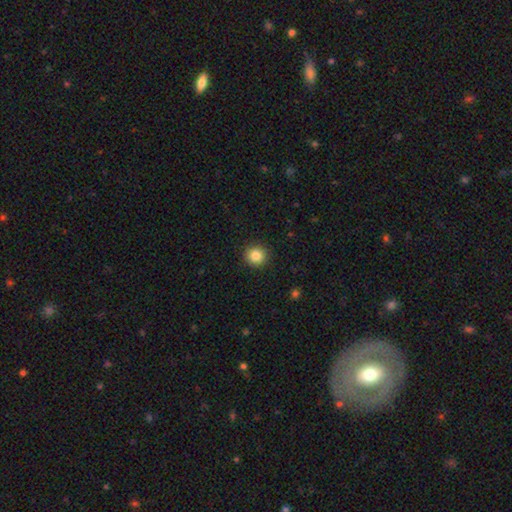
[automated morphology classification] type=smooth (85%); roundness=round (93%); merging=none (92%).